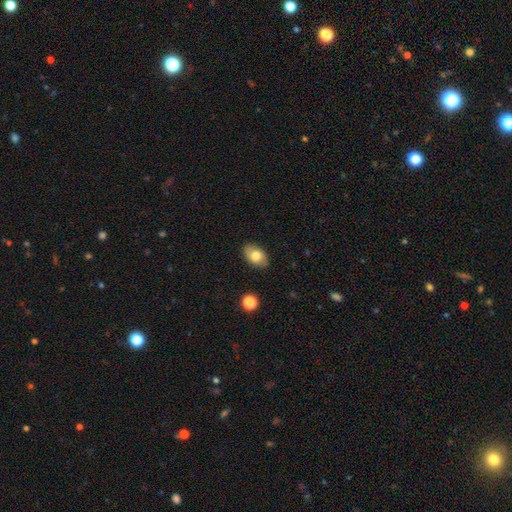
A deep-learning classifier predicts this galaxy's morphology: smooth 74%, featured or disk 18%, star or artifact 8%. Down the decision tree: how rounded — in between (90%); merging — none (85%).